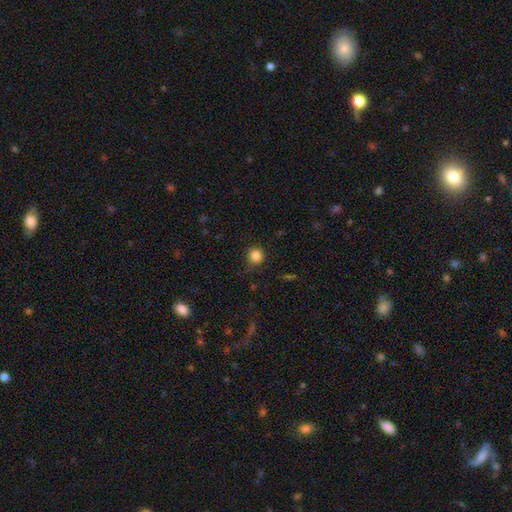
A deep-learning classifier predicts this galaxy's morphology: Smooth or featured? Predicted: smooth (p=0.85). How rounded? Predicted: round (p=0.92). Merging? Predicted: none (p=0.84).